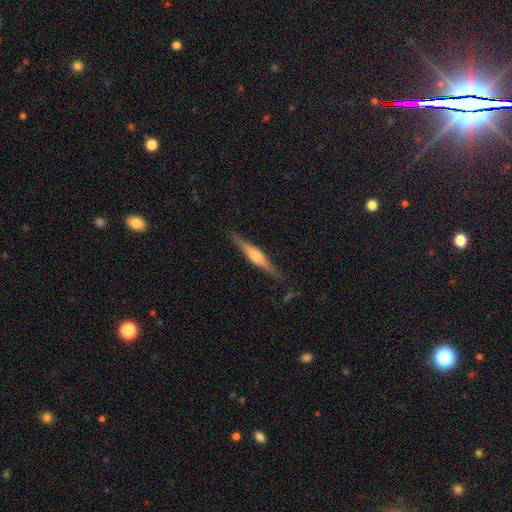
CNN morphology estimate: Smooth or featured? featured or disk (65%)
Edge-on disk? yes (97%)
Edge-on bulge? rounded (71%)
Merging? none (86%)